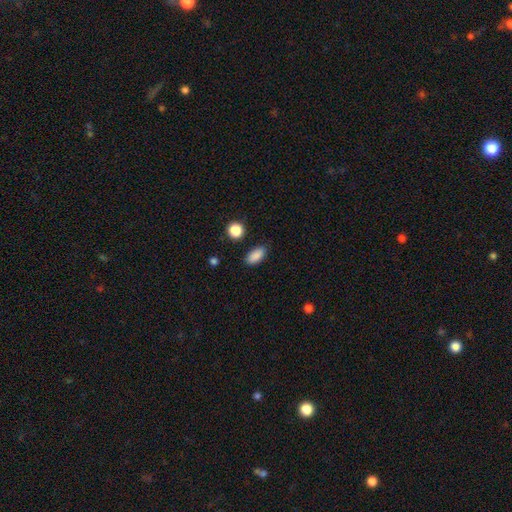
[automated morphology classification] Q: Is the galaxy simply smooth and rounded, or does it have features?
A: smooth — 88%.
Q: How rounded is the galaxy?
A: in between — 87%.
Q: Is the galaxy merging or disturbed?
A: none — 86%.